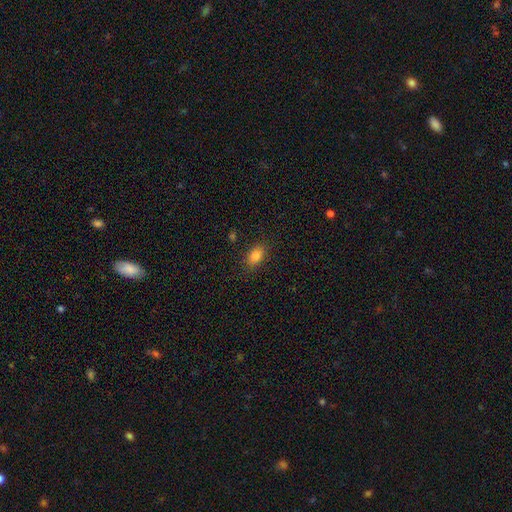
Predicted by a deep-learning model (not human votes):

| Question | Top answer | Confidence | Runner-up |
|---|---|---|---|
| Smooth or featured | smooth | 84% | star or artifact (10%) |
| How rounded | in between | 83% | round (14%) |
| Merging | none | 84% | minor disturbance (11%) |